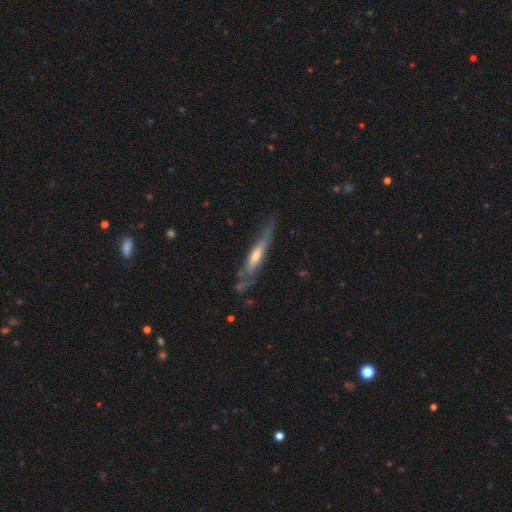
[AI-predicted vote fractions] The model was most divided on "smooth or featured": featured or disk: 64%, smooth: 31%, star or artifact: 5%. More confident: edge-on disk — yes (72%); merging — none (61%).